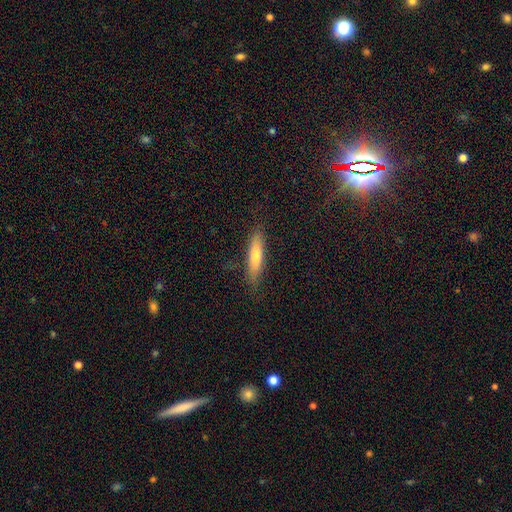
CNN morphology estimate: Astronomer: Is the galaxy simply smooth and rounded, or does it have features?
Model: smooth — 66%.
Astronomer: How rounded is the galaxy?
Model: cigar-shaped — 78%.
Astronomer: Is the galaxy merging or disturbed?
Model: none — 83%.